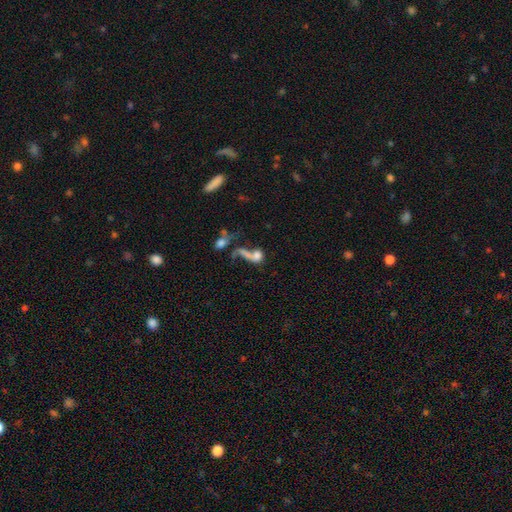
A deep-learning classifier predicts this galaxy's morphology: Smooth or featured? smooth (51%)
How rounded? in between (52%)
Merging? merger (44%)